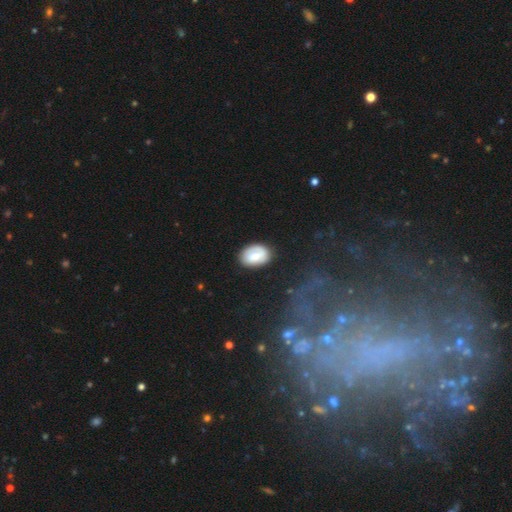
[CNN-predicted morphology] This appears to be a smooth galaxy with no disk features (66%) that is in between round and cigar-shaped (82%). Merging: none (75%).